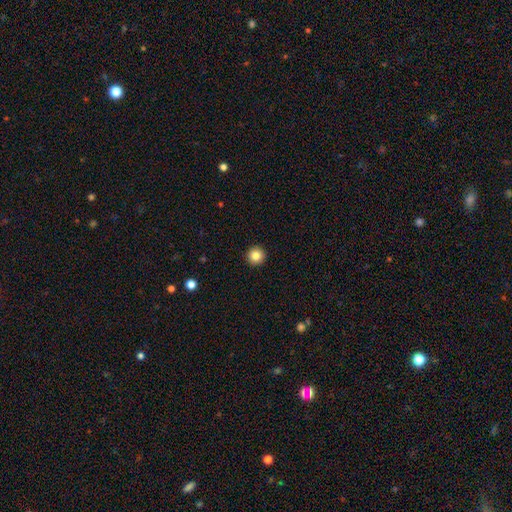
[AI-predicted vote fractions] Smooth or featured? smooth (84%)
How rounded? round (96%)
Merging? none (94%)